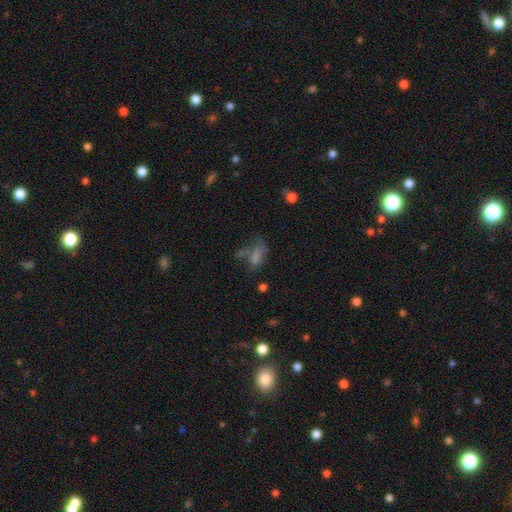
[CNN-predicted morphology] smooth 59%, featured or disk 24%, star or artifact 17%. Down the decision tree: how rounded — in between (80%); merging — major disturbance (34%).